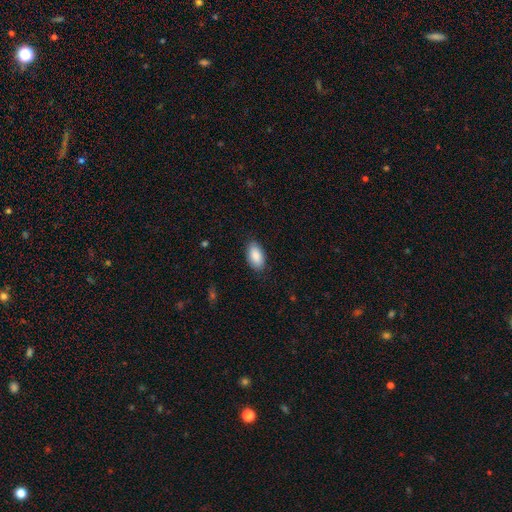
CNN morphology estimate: Smooth or featured: smooth — 88% (star or artifact — 6%)
How rounded: in between — 95% (round — 3%)
Merging: none — 85% (minor disturbance — 11%)